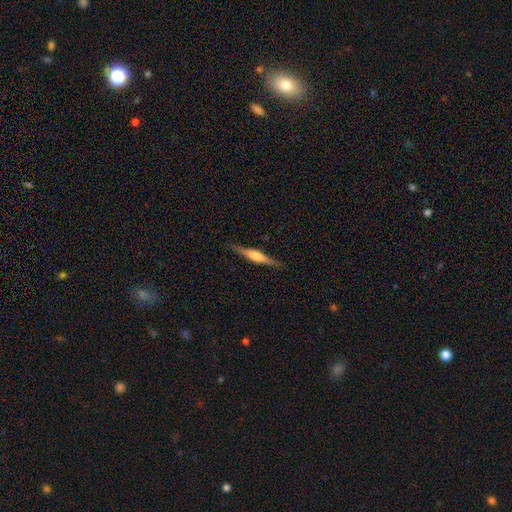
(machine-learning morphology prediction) smooth-or-featured: featured or disk: 64% | smooth: 30% | star or artifact: 6%
  disk-edge-on: yes: 97% | no: 3%
    edge-on-bulge: rounded: 72% | boxy: 22% | none: 6%
  merging: none: 88% | minor disturbance: 9% | major disturbance: 2% | merger: 1%